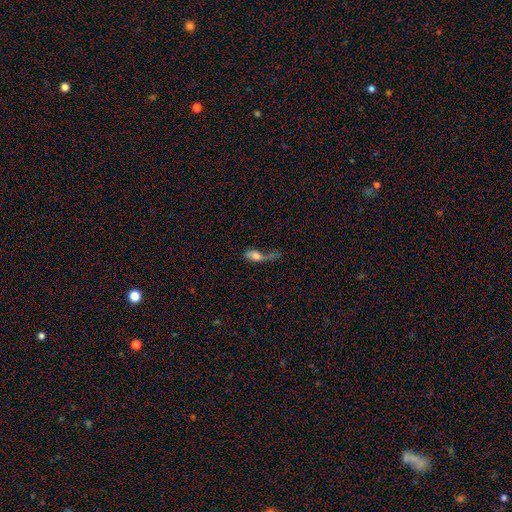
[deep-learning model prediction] Smooth or featured? Predicted: smooth (p=0.59). How rounded? Predicted: in between (p=0.72). Merging? Predicted: major disturbance (p=0.45).